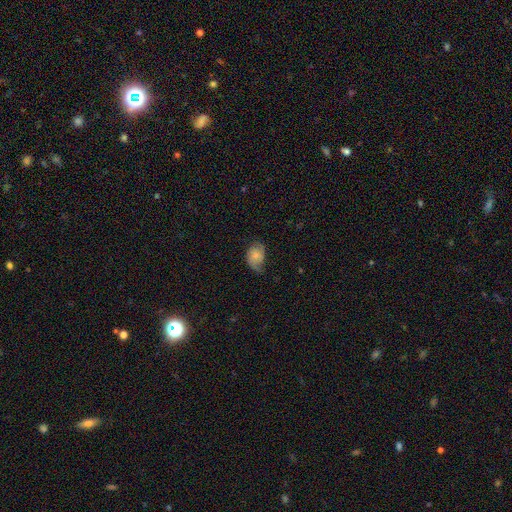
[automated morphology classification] Smooth or featured? Predicted: featured or disk (p=0.49). Merging? Predicted: none (p=0.51).